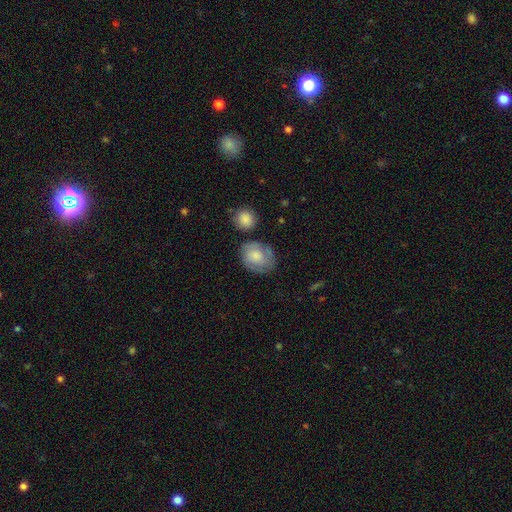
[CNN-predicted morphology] A smooth galaxy with no disk features (66%) that is round (52%).

Vote fractions:
- Smooth or featured? smooth: 66% / featured or disk: 28% / star or artifact: 7%
- How rounded? round: 52% / in between: 47% / cigar-shaped: 1%
- Merging? none: 62% / minor disturbance: 23% / major disturbance: 8% / merger: 7%